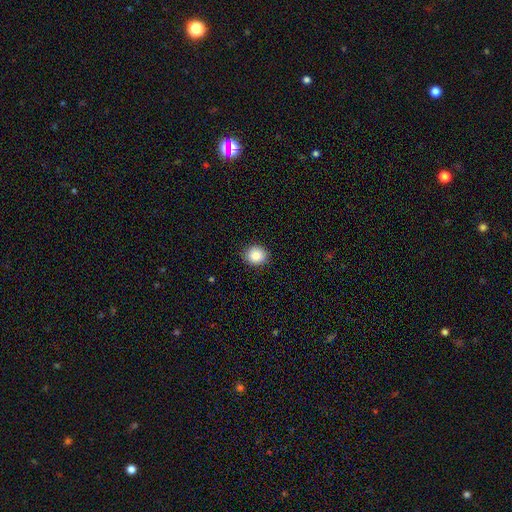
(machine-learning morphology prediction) Q: Smooth or featured?
A: smooth (85%); runner-up: star or artifact (9%)
Q: How rounded?
A: round (82%); runner-up: in between (17%)
Q: Merging?
A: none (90%); runner-up: minor disturbance (7%)